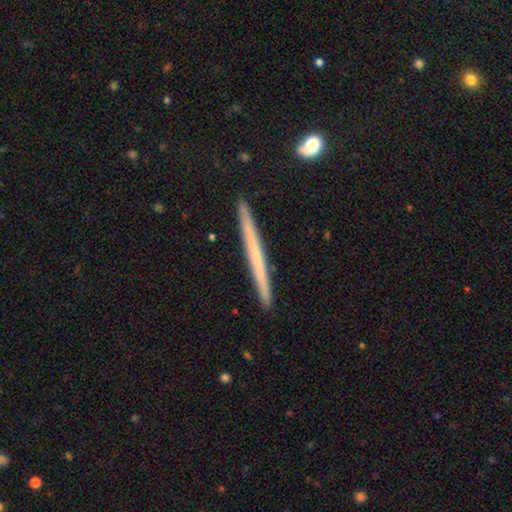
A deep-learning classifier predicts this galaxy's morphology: Smooth or featured?
  - smooth: 47% * (tied)
  - featured or disk: 47% * (tied)
  - star or artifact: 6%
Merging?
  - none: 92% *
  - minor disturbance: 5%
  - major disturbance: 1%
  - merger: 1%